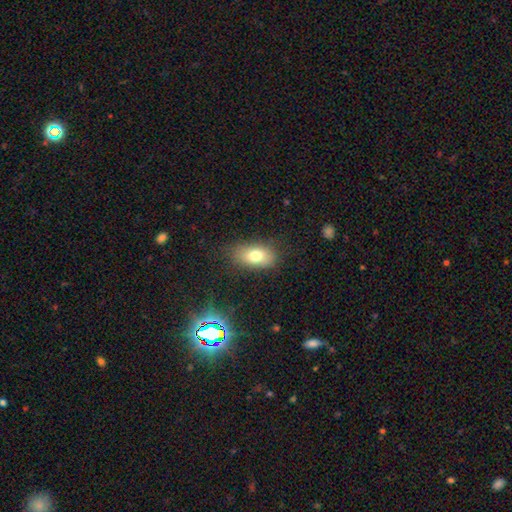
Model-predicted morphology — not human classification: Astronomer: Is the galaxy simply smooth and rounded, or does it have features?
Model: smooth — 74%.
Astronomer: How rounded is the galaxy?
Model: in between — 87%.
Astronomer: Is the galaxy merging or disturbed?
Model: none — 79%.